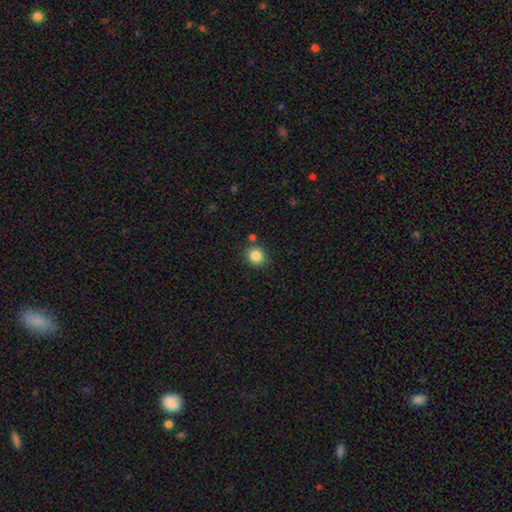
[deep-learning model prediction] Smooth or featured: smooth — 85% (star or artifact — 11%)
How rounded: round — 87% (in between — 13%)
Merging: none — 84% (minor disturbance — 8%)